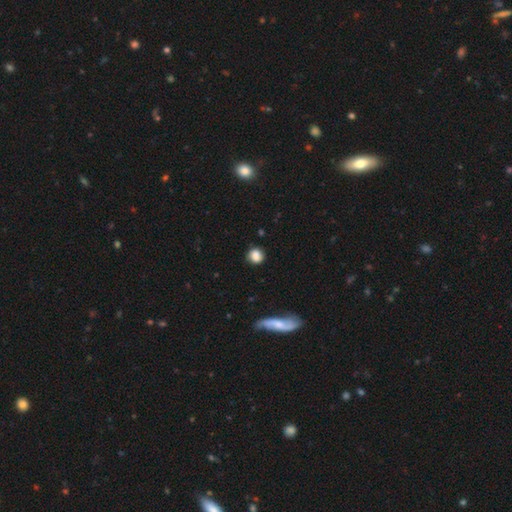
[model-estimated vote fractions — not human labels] This is clearly a smooth galaxy (83%). How rounded: clearly round (84%). Merging: likely none (79%).